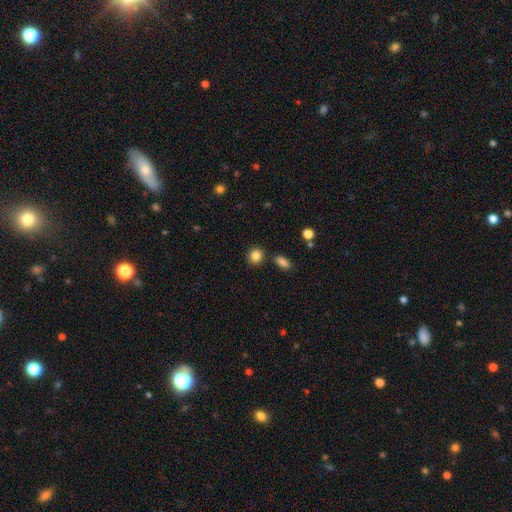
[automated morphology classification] Q: Smooth or featured?
A: smooth (86%); runner-up: star or artifact (10%)
Q: How rounded?
A: round (83%); runner-up: in between (15%)
Q: Merging?
A: none (84%); runner-up: minor disturbance (8%)